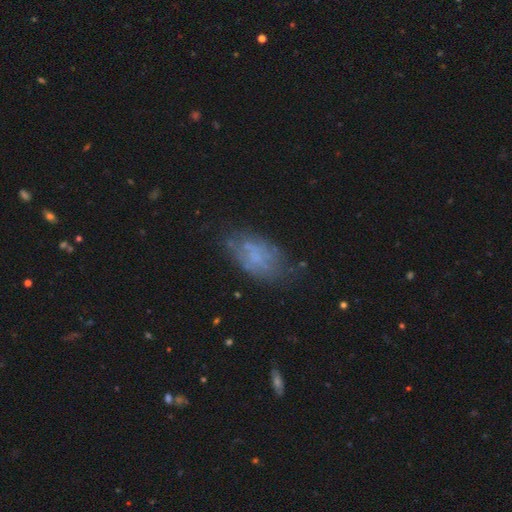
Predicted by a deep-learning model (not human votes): A smooth galaxy with no disk features (45%).

Vote fractions:
- Smooth or featured? smooth: 45% / featured or disk: 43% / star or artifact: 12%
- Merging? none: 58% / minor disturbance: 25% / major disturbance: 13% / merger: 4%